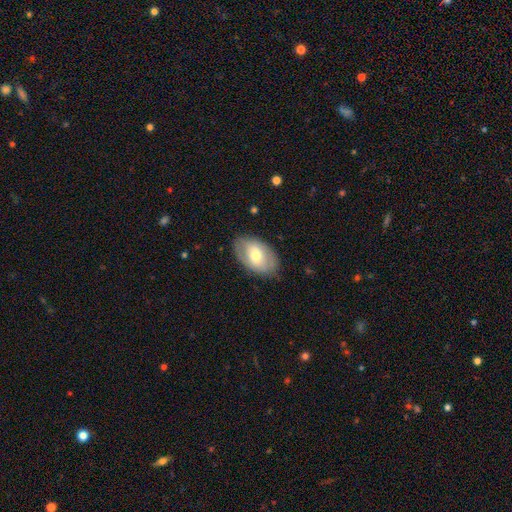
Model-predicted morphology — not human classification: Smooth or featured?
  - smooth: 54% *
  - featured or disk: 40%
  - star or artifact: 6%
How rounded?
  - in between: 90% *
  - round: 8%
  - cigar-shaped: 1%
Merging?
  - none: 79% *
  - minor disturbance: 15%
  - major disturbance: 4%
  - merger: 1%